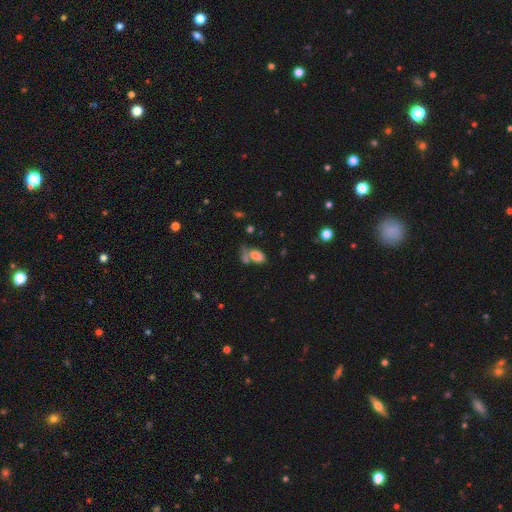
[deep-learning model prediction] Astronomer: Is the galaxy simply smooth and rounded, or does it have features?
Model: smooth — 79%.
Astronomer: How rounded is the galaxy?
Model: in between — 91%.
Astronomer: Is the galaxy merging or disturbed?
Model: merger — 39% (runner-up: none, 38%).